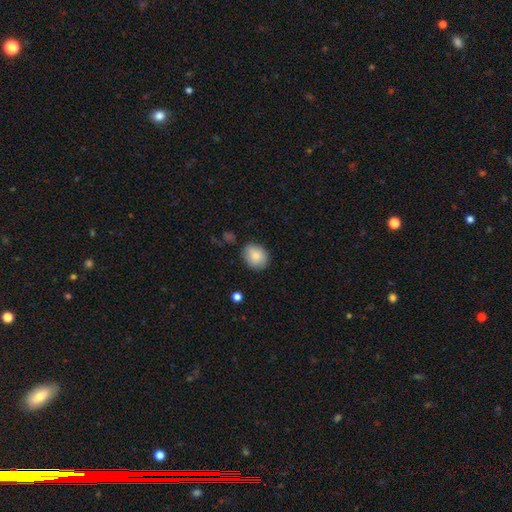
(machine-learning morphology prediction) Smooth or featured?
  - smooth: 85% *
  - star or artifact: 7%
  - featured or disk: 7%
How rounded?
  - round: 56% *
  - in between: 43%
  - cigar-shaped: 1%
Merging?
  - none: 78% *
  - minor disturbance: 17%
  - major disturbance: 3%
  - merger: 2%